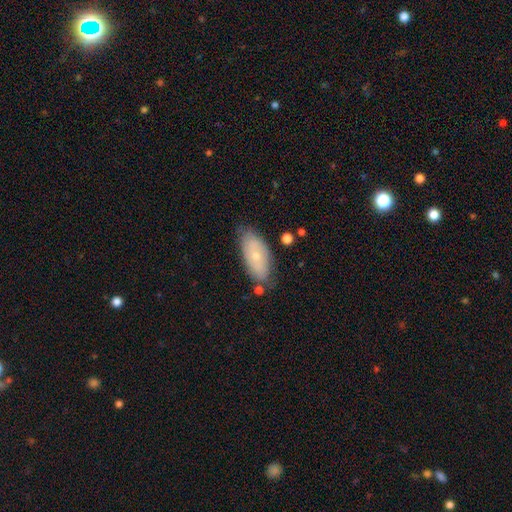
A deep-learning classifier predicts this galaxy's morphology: The model was most divided on "smooth or featured": smooth: 53%, featured or disk: 40%, star or artifact: 7%. More confident: how rounded — in between (88%); merging — none (71%).